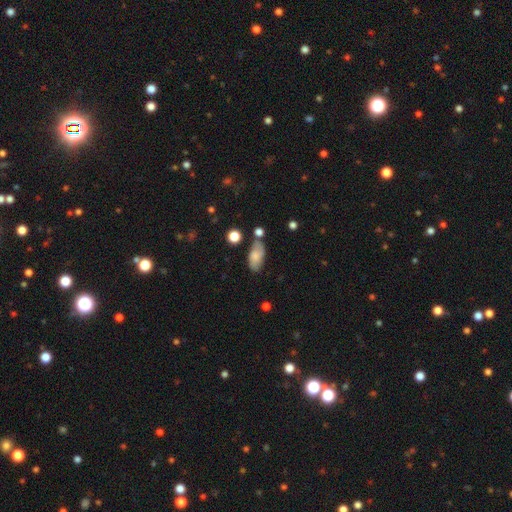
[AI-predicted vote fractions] A smooth galaxy with no disk features (71%) that is in between round and cigar-shaped (89%). Merging: none (67%).